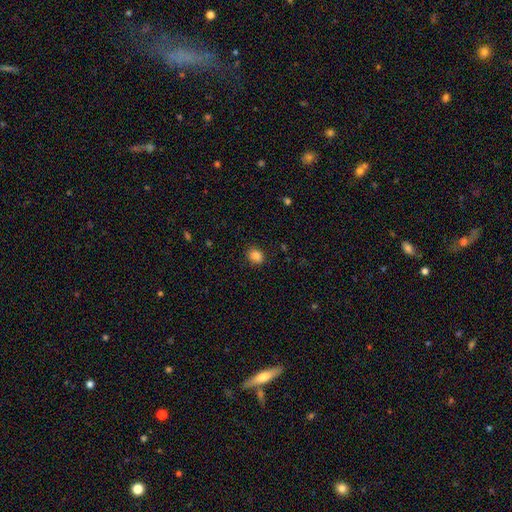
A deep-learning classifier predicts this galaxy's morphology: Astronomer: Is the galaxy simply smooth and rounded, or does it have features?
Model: smooth — 85%.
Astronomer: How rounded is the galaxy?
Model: round — 56% (runner-up: in between, 43%).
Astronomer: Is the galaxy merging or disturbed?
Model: none — 87%.